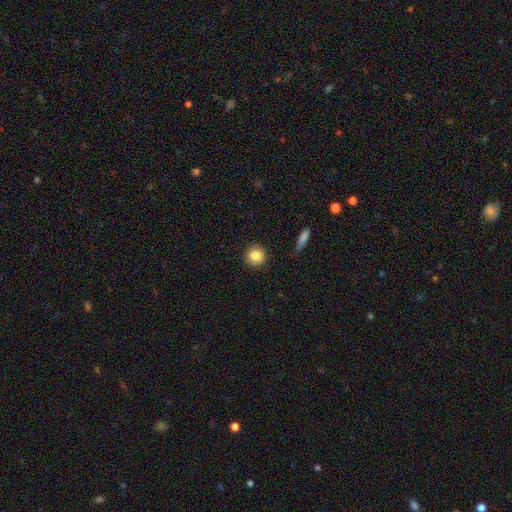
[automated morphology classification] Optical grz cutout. It shows a smooth galaxy with no disk features (85%) that is round (93%). Merging: none (90%).